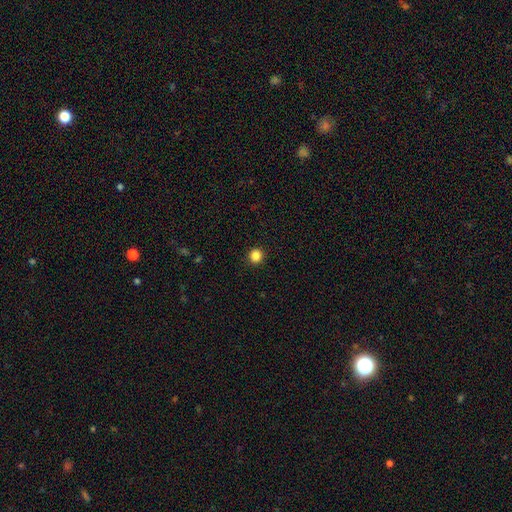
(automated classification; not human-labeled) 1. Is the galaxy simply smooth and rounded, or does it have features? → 86% smooth, 11% star or artifact, 3% featured or disk.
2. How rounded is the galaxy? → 94% round, 5% in between, 1% cigar-shaped.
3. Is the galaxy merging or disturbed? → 93% none, 4% minor disturbance, 2% major disturbance, 1% merger.